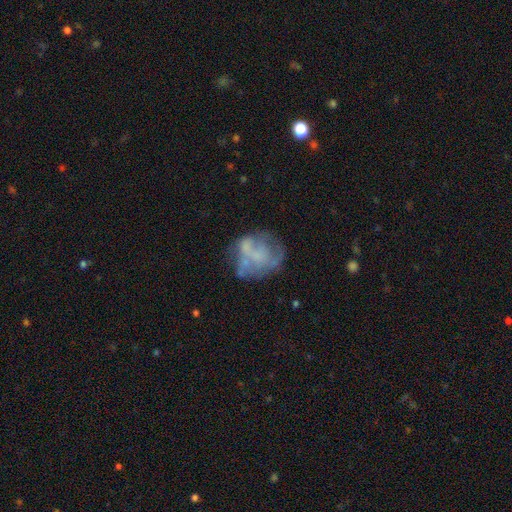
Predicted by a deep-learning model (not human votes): smooth_or_featured: featured or disk (p=0.55) [alt: smooth p=0.34]
disk_edge_on: no (p=0.98) [alt: yes p=0.02]
bar: no (p=0.84) [alt: weak p=0.13]
has_spiral_arms: no (p=0.78) [alt: yes p=0.22]
bulge_size: none (p=0.65) [alt: small p=0.17]
merging: none (p=0.44) [alt: major disturbance p=0.24]